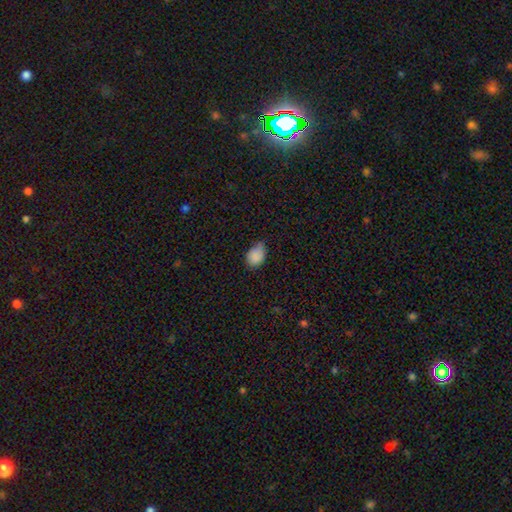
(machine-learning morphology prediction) This is clearly a smooth galaxy (86%). How rounded: likely in between (76%). Merging: possibly none (47%).